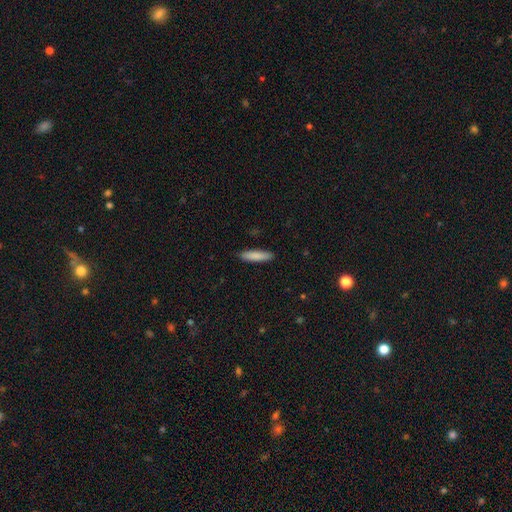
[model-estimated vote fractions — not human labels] A smooth galaxy with no disk features (86%) that is cigar-shaped (80%).

Vote fractions:
- Smooth or featured? smooth: 86% / featured or disk: 8% / star or artifact: 6%
- How rounded? cigar-shaped: 80% / in between: 19% / round: 1%
- Merging? none: 89% / minor disturbance: 9% / major disturbance: 2% / merger: 1%